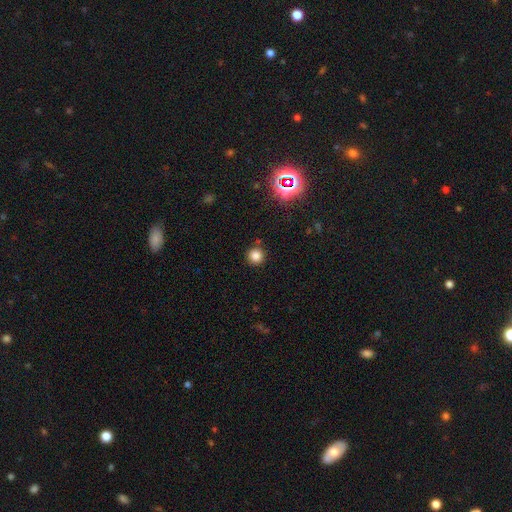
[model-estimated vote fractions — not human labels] smooth-or-featured: smooth: 80% | star or artifact: 15% | featured or disk: 4%
  how-rounded: round: 95% | in between: 5% | cigar-shaped: 1%
  merging: none: 88% | minor disturbance: 7% | merger: 3% | major disturbance: 2%